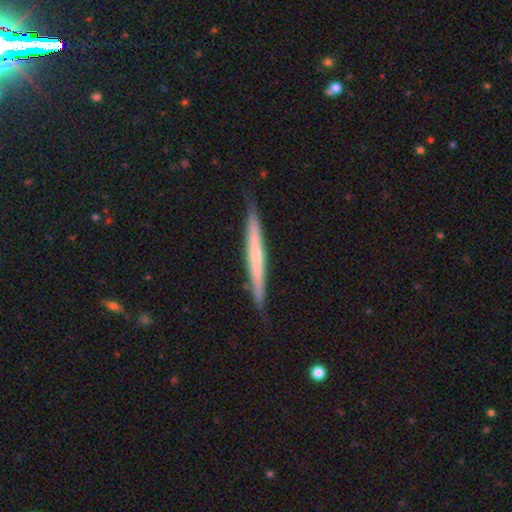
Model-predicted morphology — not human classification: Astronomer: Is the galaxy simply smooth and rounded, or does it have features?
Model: featured or disk — 50% (runner-up: smooth, 45%).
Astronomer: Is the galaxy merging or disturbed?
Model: none — 87%.